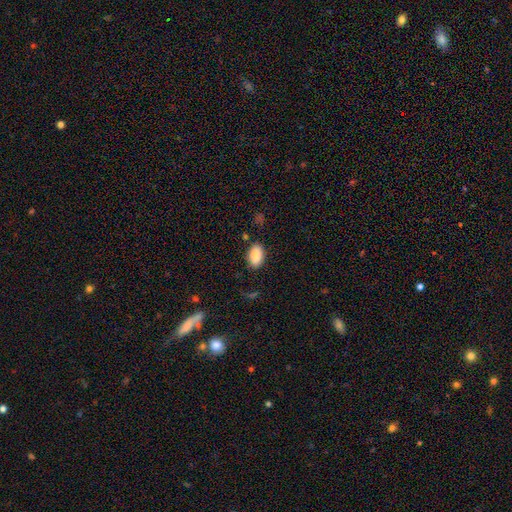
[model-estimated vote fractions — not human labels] A smooth galaxy with no disk features (87%) that is in between round and cigar-shaped (93%).

Vote fractions:
- Smooth or featured? smooth: 87% / star or artifact: 7% / featured or disk: 6%
- How rounded? in between: 93% / round: 5% / cigar-shaped: 2%
- Merging? none: 85% / minor disturbance: 10% / major disturbance: 3% / merger: 2%